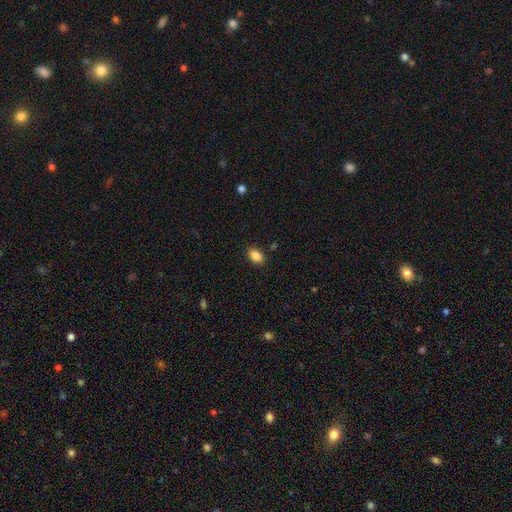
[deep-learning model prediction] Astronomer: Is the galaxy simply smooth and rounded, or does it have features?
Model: smooth — 87%.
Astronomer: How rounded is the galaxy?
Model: in between — 86%.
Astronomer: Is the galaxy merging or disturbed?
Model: none — 87%.